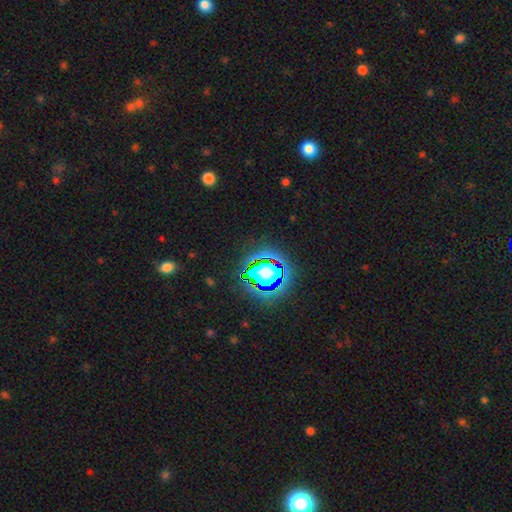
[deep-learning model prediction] Smooth or featured?
  - star or artifact: 81% *
  - smooth: 12%
  - featured or disk: 7%